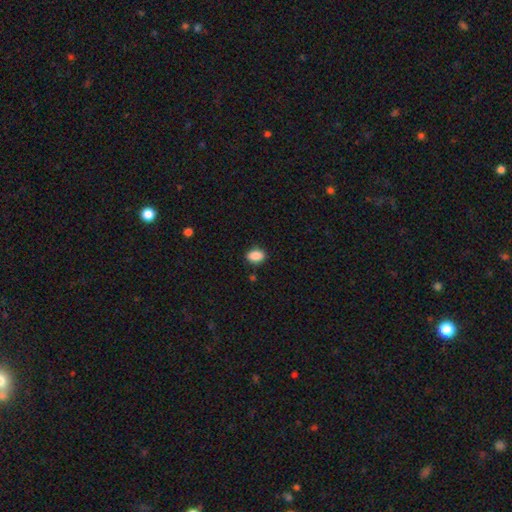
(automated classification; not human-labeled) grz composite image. It shows a smooth galaxy with no disk features (89%) that is in between round and cigar-shaped (81%). Merging: none (87%).